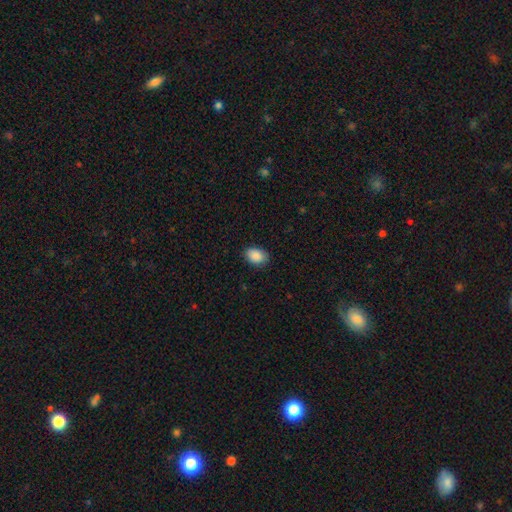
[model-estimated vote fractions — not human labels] Smooth or featured: smooth — 90% (star or artifact — 7%)
How rounded: in between — 81% (round — 18%)
Merging: none — 86% (minor disturbance — 11%)